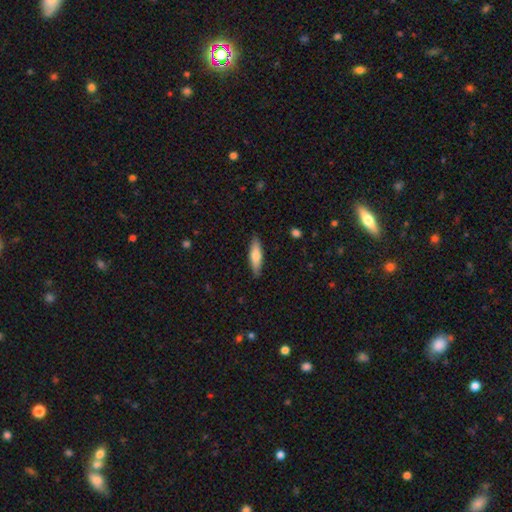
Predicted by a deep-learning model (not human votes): smooth 68%, featured or disk 26%, star or artifact 6%. Down the decision tree: how rounded — cigar-shaped (57%); merging — none (87%).